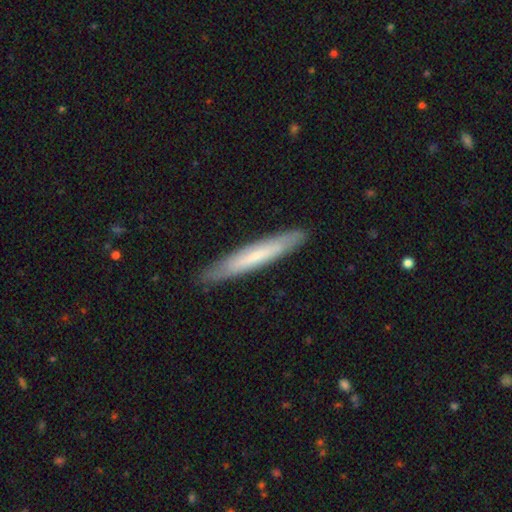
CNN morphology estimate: Overall: smooth (56%; featured or disk 39%). How rounded: cigar-shaped (93%). Merging: none (88%).